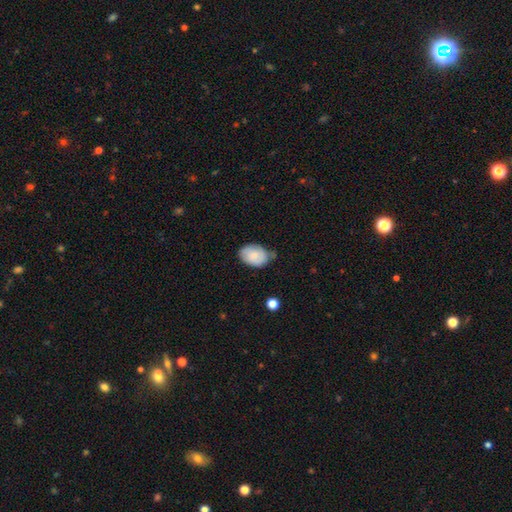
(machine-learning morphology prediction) smooth-or-featured: smooth: 78% | featured or disk: 15% | star or artifact: 7%
  how-rounded: in between: 84% | round: 15% | cigar-shaped: 1%
  merging: none: 60% | minor disturbance: 31% | major disturbance: 6% | merger: 4%